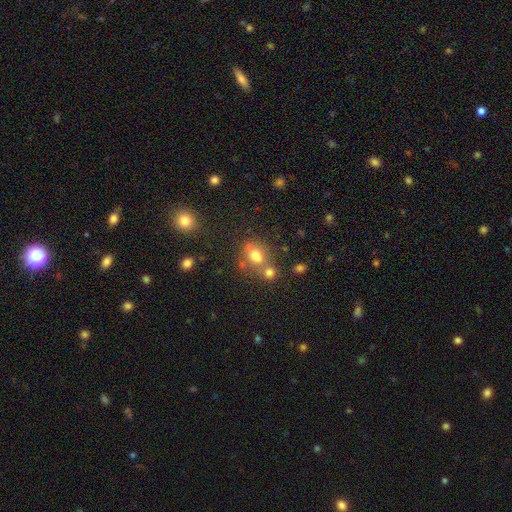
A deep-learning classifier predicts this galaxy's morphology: smooth_or_featured: smooth (p=0.70) [alt: star or artifact p=0.15]
how_rounded: round (p=0.52) [alt: in between p=0.47]
merging: none (p=0.42) [alt: merger p=0.39]